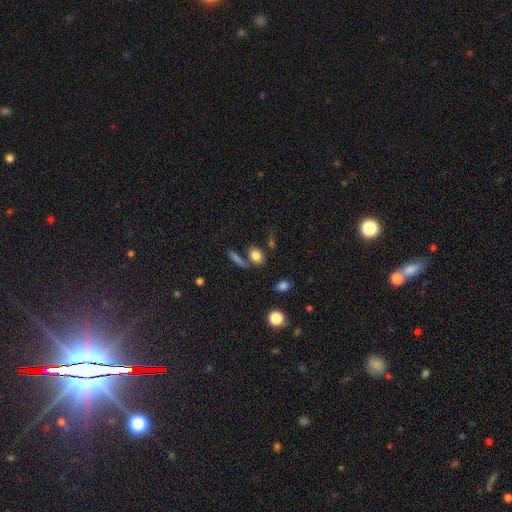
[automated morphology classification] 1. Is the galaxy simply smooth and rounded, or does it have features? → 81% smooth, 11% star or artifact, 8% featured or disk.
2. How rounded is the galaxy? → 61% in between, 34% round, 5% cigar-shaped.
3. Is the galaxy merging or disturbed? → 66% none, 17% merger, 12% minor disturbance, 5% major disturbance.